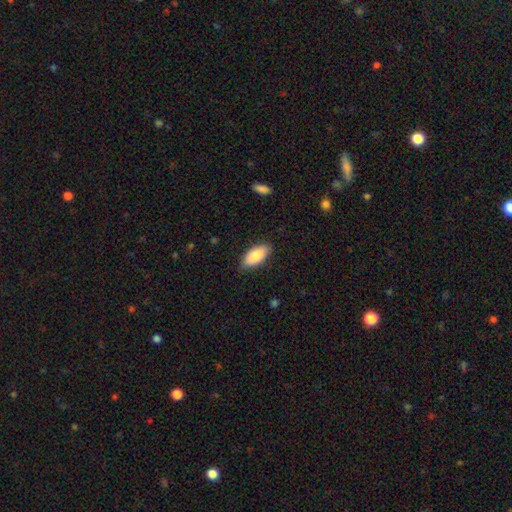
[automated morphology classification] Q: Smooth or featured?
A: smooth (85%); runner-up: featured or disk (9%)
Q: How rounded?
A: in between (88%); runner-up: cigar-shaped (10%)
Q: Merging?
A: none (85%); runner-up: minor disturbance (12%)